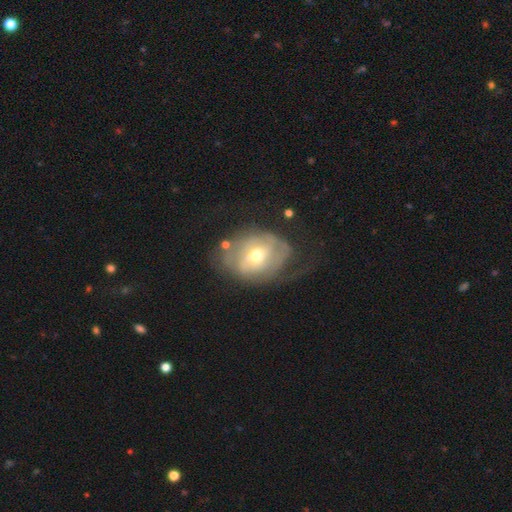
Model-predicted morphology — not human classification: Smooth or featured? Predicted: featured or disk (p=0.68). Edge-on disk? Predicted: no (p=0.95). Bar? Predicted: no (p=0.51). Spiral arms? Predicted: yes (p=0.65). Bulge size? Predicted: moderate (p=0.62). Merging? Predicted: none (p=0.46).